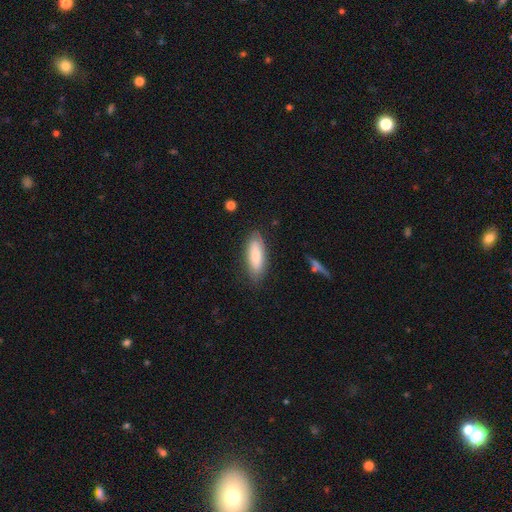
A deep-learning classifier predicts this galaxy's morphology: Smooth or featured?
  - smooth: 80% *
  - featured or disk: 14%
  - star or artifact: 6%
How rounded?
  - in between: 61% *
  - cigar-shaped: 37%
  - round: 2%
Merging?
  - none: 80% *
  - minor disturbance: 15%
  - major disturbance: 3%
  - merger: 2%